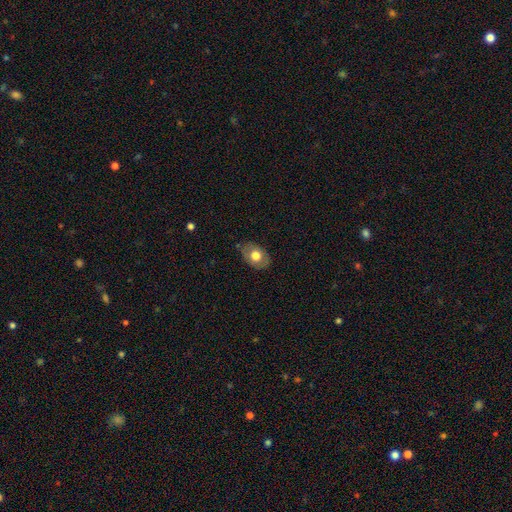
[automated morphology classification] smooth_or_featured: smooth (p=0.65) [alt: featured or disk p=0.29]
how_rounded: in between (p=0.77) [alt: round p=0.22]
merging: none (p=0.78) [alt: minor disturbance p=0.17]